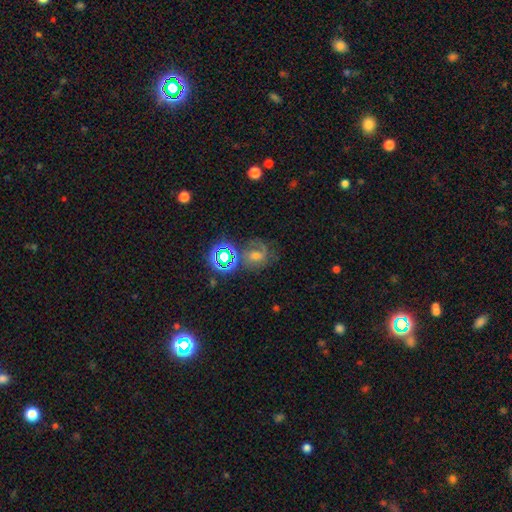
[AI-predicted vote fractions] Smooth or featured?
  - featured or disk: 37% *
  - star or artifact: 36%
  - smooth: 27%
Merging?
  - none: 56% *
  - minor disturbance: 19%
  - major disturbance: 15%
  - merger: 10%